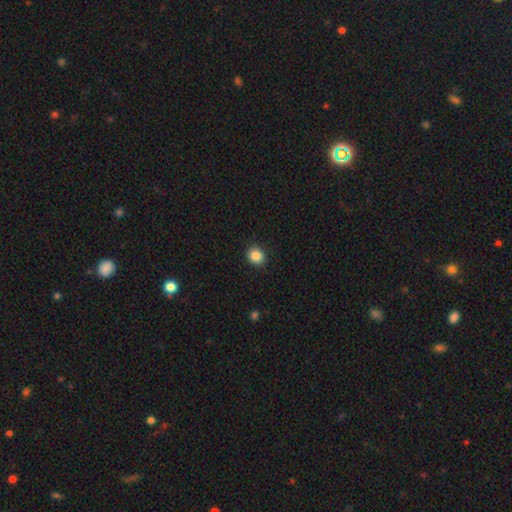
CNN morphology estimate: This appears to be a smooth galaxy with no disk features (86%) that is round (74%). Merging: none (91%).